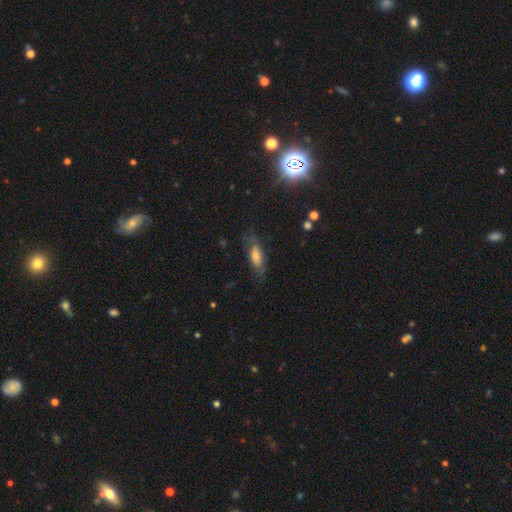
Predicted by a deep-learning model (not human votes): A smooth galaxy with no disk features (48%).

Vote fractions:
- Smooth or featured? smooth: 48% / featured or disk: 38% / star or artifact: 15%
- Merging? none: 66% / minor disturbance: 21% / major disturbance: 11% / merger: 2%